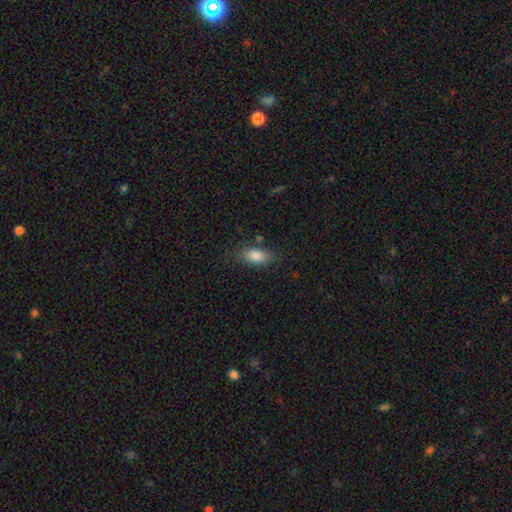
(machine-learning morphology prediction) This appears to be a smooth galaxy with no disk features (86%) that is in between round and cigar-shaped (88%). Merging: none (77%).